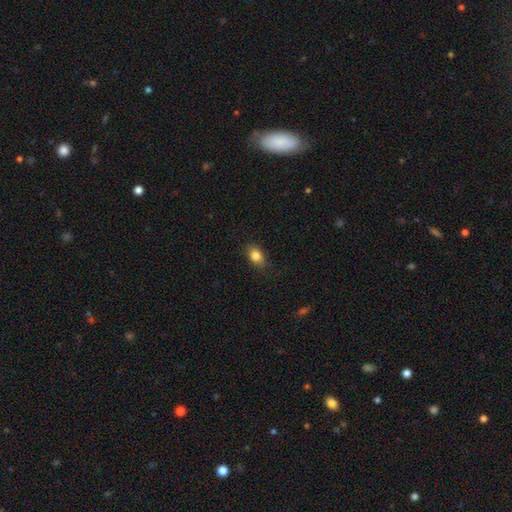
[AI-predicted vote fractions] Smooth or featured? smooth (84%)
How rounded? in between (75%)
Merging? none (80%)